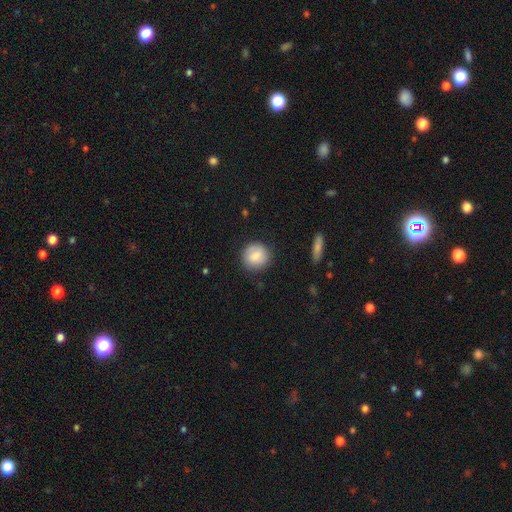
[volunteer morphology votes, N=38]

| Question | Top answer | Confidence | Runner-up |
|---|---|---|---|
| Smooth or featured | smooth | 76% | featured or disk (16%) |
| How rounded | round | 97% | in between (3%) |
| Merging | none | 89% | minor disturbance (9%) |